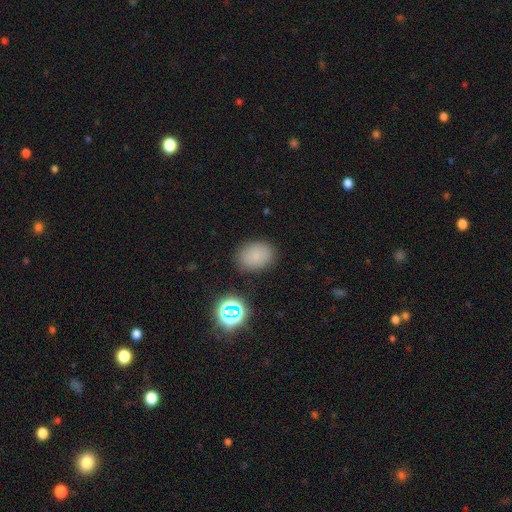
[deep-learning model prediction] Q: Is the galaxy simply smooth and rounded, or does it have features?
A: smooth — 77%.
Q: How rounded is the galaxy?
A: in between — 70%.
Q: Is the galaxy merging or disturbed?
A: none — 85%.